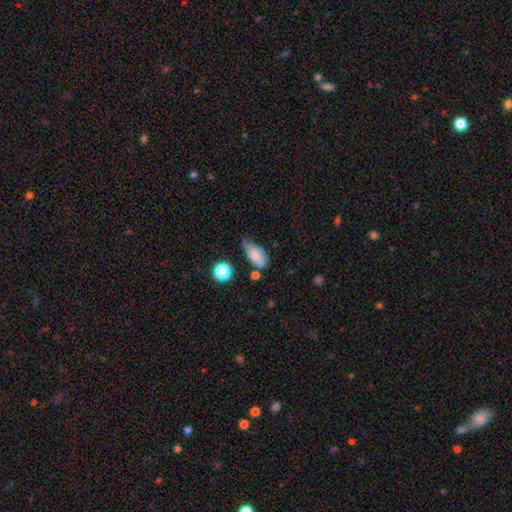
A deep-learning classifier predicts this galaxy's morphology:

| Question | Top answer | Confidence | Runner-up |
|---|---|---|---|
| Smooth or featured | smooth | 75% | featured or disk (16%) |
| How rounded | in between | 87% | round (7%) |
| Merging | minor disturbance | 44% | none (35%) |